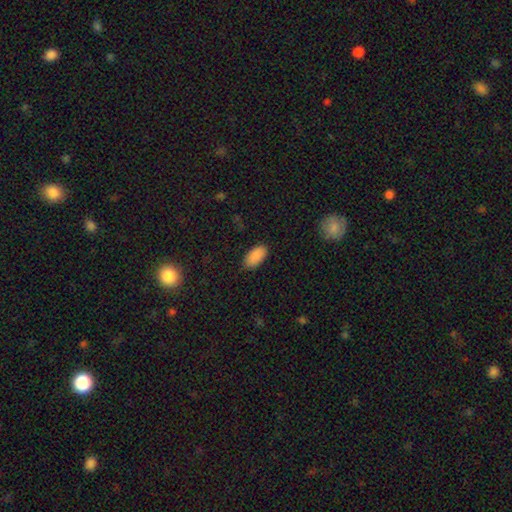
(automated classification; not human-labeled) Q: Smooth or featured?
A: smooth (89%); runner-up: star or artifact (8%)
Q: How rounded?
A: in between (94%); runner-up: cigar-shaped (3%)
Q: Merging?
A: none (85%); runner-up: minor disturbance (12%)